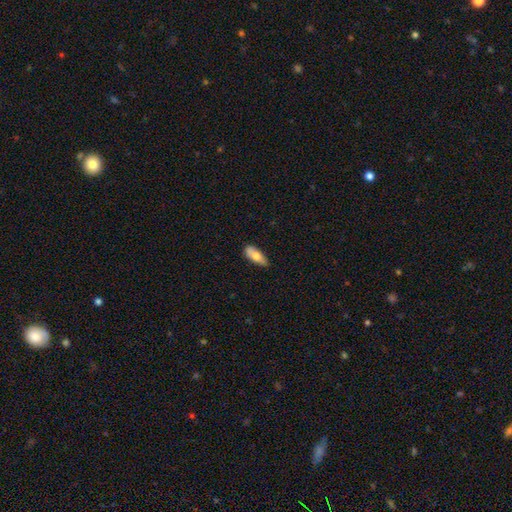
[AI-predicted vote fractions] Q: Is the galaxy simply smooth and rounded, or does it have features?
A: smooth — 72%.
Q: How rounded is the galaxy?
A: in between — 73%.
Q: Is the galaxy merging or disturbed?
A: none — 72%.